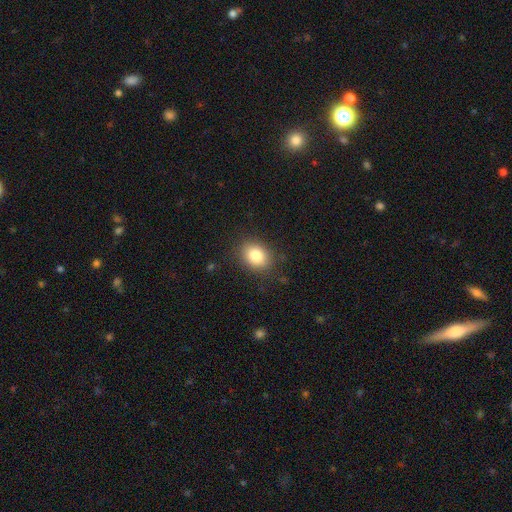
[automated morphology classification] A smooth galaxy with no disk features (83%) that is in between round and cigar-shaped (56%).

Vote fractions:
- Smooth or featured? smooth: 83% / star or artifact: 9% / featured or disk: 7%
- How rounded? in between: 56% / round: 43% / cigar-shaped: 1%
- Merging? none: 85% / minor disturbance: 11% / major disturbance: 3% / merger: 1%